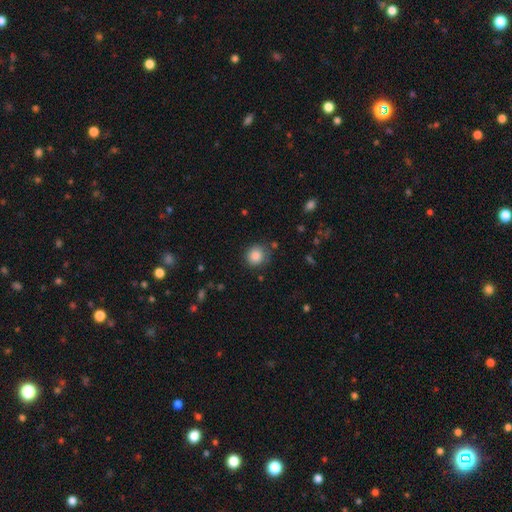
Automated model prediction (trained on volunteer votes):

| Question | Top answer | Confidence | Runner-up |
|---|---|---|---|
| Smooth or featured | smooth | 86% | star or artifact (9%) |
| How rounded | round | 87% | in between (12%) |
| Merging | none | 79% | minor disturbance (14%) |